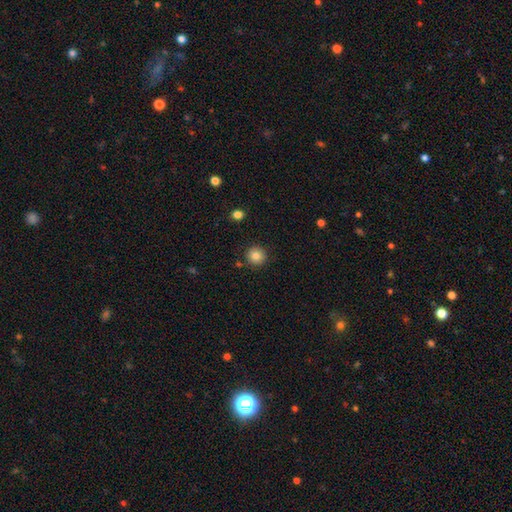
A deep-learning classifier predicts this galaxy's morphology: This is clearly a smooth galaxy (84%). How rounded: clearly round (94%). Merging: clearly none (88%).